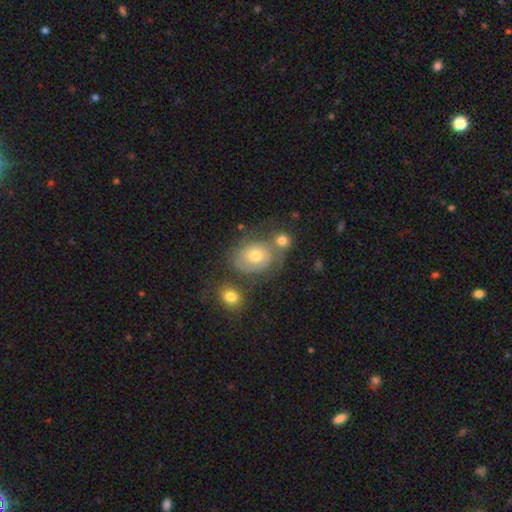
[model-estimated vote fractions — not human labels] Smooth or featured?
  - featured or disk: 49% *
  - smooth: 41%
  - star or artifact: 10%
Merging?
  - none: 46% *
  - merger: 22%
  - minor disturbance: 20%
  - major disturbance: 12%